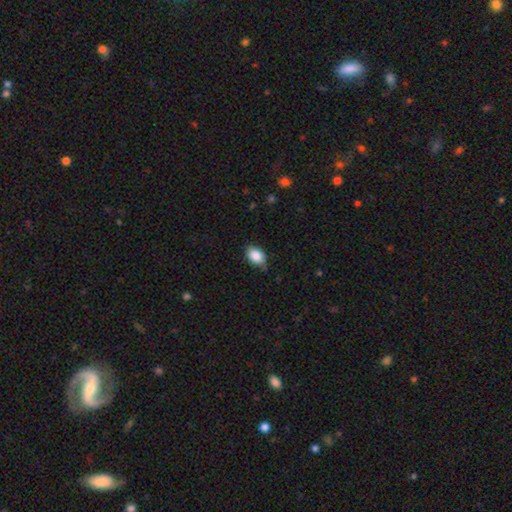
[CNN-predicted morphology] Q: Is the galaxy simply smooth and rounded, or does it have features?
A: smooth — 87%.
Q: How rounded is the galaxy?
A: in between — 84%.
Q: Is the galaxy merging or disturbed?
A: none — 77%.